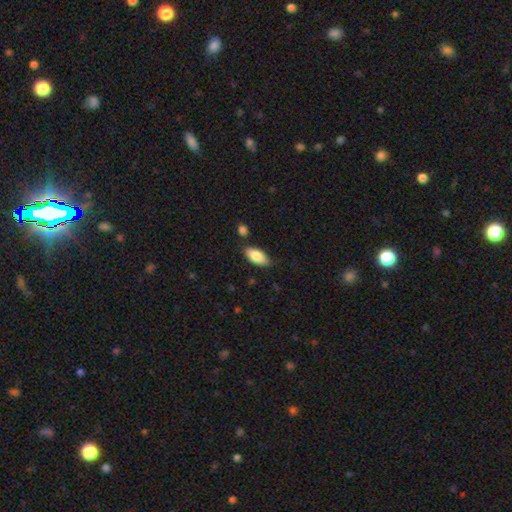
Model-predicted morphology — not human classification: Smooth or featured? smooth (87%)
How rounded? in between (91%)
Merging? none (78%)